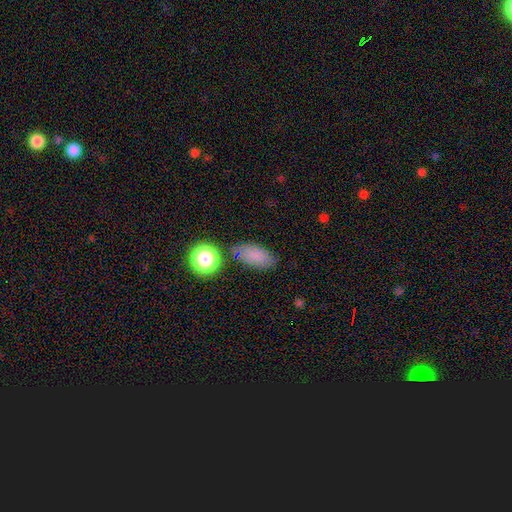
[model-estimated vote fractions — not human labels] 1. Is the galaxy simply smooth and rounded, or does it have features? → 80% smooth, 12% star or artifact, 8% featured or disk.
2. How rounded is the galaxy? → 87% in between, 8% round, 5% cigar-shaped.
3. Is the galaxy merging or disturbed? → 75% none, 14% minor disturbance, 6% merger, 5% major disturbance.